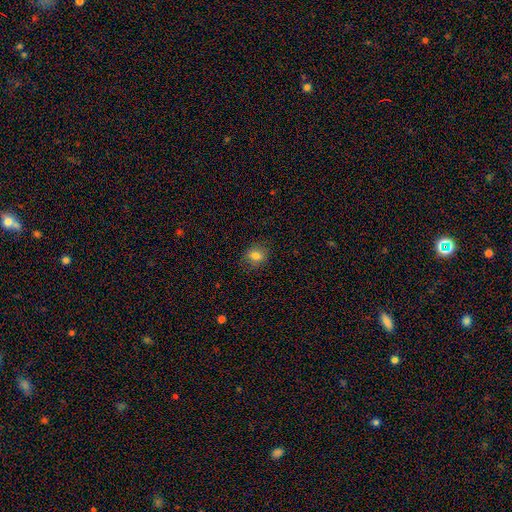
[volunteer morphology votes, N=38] type=smooth (84%); roundness=round (56%); merging=none (89%).